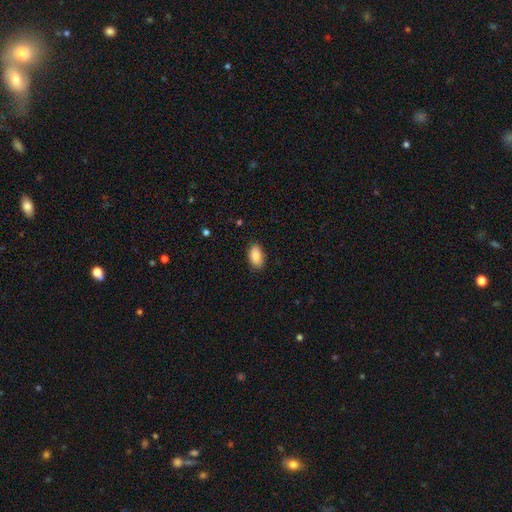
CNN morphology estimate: The model was most divided on "merging": none: 85%, minor disturbance: 12%, major disturbance: 2%, merger: 1%. More confident: how rounded — in between (94%); smooth or featured — smooth (88%).